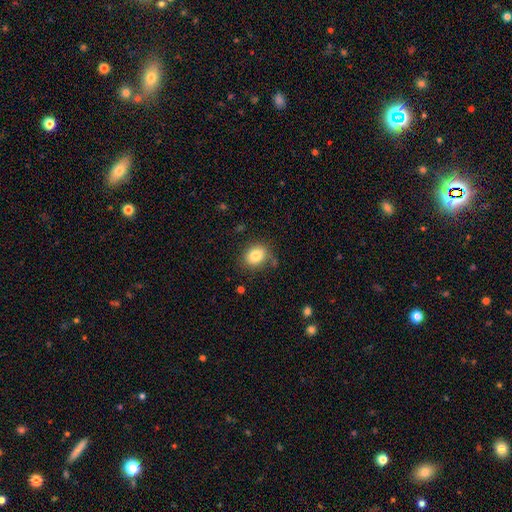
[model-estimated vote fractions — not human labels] Smooth or featured? smooth (83%)
How rounded? in between (54%)
Merging? none (77%)